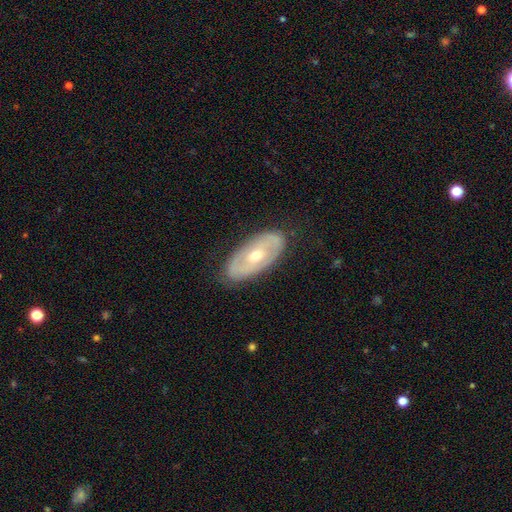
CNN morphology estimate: Smooth or featured? Predicted: featured or disk (p=0.62). Edge-on disk? Predicted: no (p=0.88). Bar? Predicted: no (p=0.72). Spiral arms? Predicted: no (p=0.66). Bulge size? Predicted: moderate (p=0.61). Merging? Predicted: none (p=0.81).